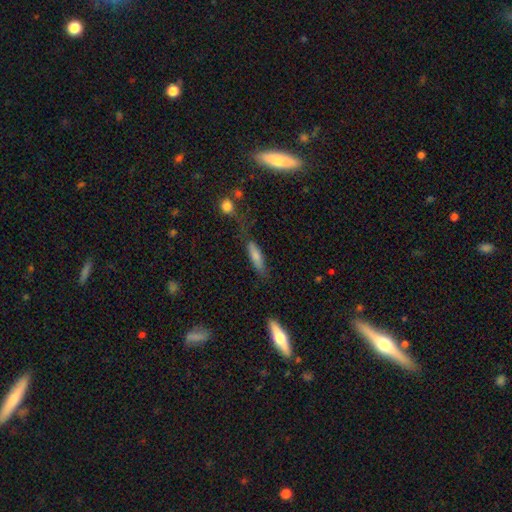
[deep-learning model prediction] Q: Smooth or featured?
A: smooth (77%); runner-up: featured or disk (16%)
Q: How rounded?
A: cigar-shaped (63%); runner-up: in between (35%)
Q: Merging?
A: none (56%); runner-up: minor disturbance (21%)